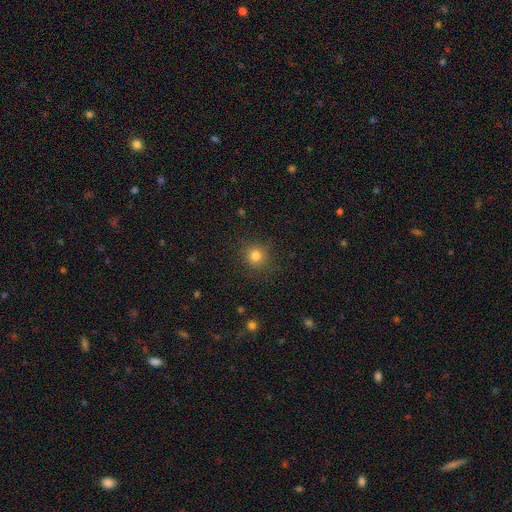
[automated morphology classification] smooth_or_featured: smooth (p=0.79) [alt: star or artifact p=0.15]
how_rounded: round (p=0.92) [alt: in between p=0.07]
merging: none (p=0.88) [alt: minor disturbance p=0.08]